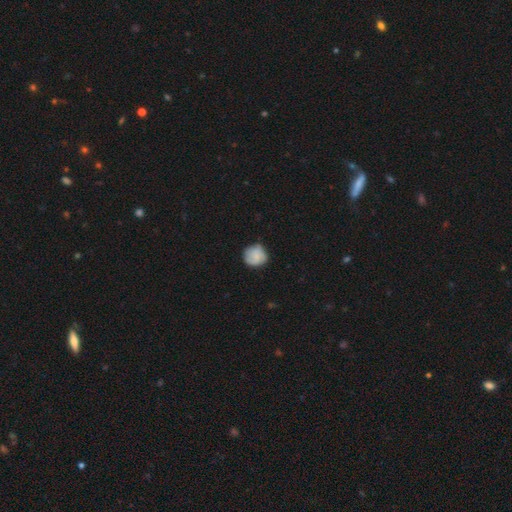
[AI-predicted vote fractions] Overall: smooth (77%). How rounded: round (90%). Merging: none (79%).